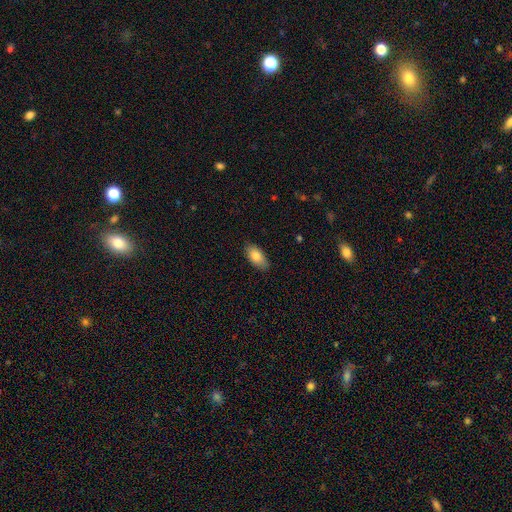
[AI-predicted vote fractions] Smooth or featured: smooth — 82% (featured or disk — 11%)
How rounded: in between — 91% (cigar-shaped — 6%)
Merging: none — 84% (minor disturbance — 13%)